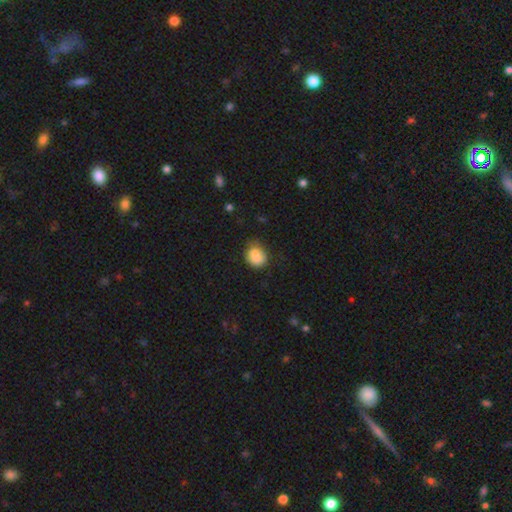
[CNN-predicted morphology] Overall: smooth (82%). How rounded: round (63%; in between 36%). Merging: none (60%; minor disturbance 24%).